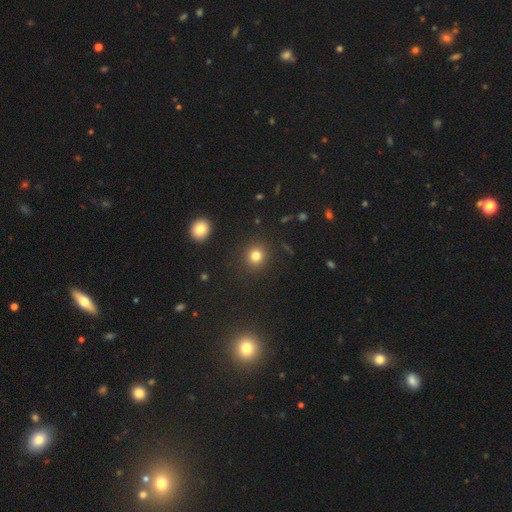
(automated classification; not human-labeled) Smooth or featured?
  - smooth: 80% *
  - star or artifact: 14%
  - featured or disk: 6%
How rounded?
  - round: 89% *
  - in between: 10%
  - cigar-shaped: 1%
Merging?
  - none: 90% *
  - minor disturbance: 6%
  - major disturbance: 2%
  - merger: 2%